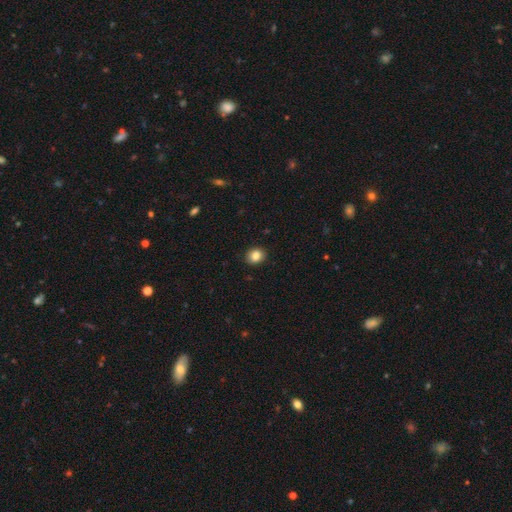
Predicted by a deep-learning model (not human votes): smooth 85%, star or artifact 10%, featured or disk 5%. Down the decision tree: how rounded — round (67%); merging — none (90%).